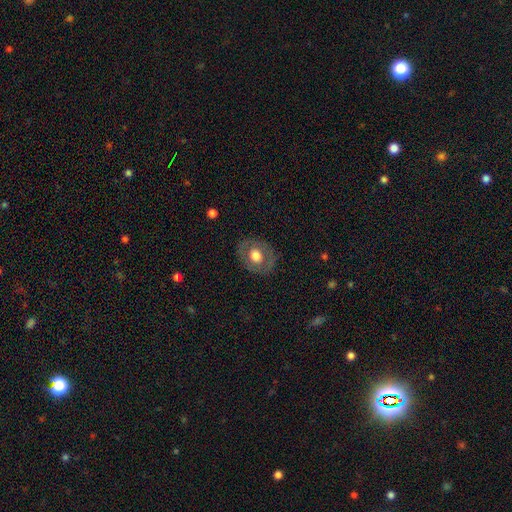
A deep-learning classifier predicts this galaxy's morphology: This is possibly a smooth galaxy (57%). How rounded: possibly round (53%). Merging: clearly none (82%).